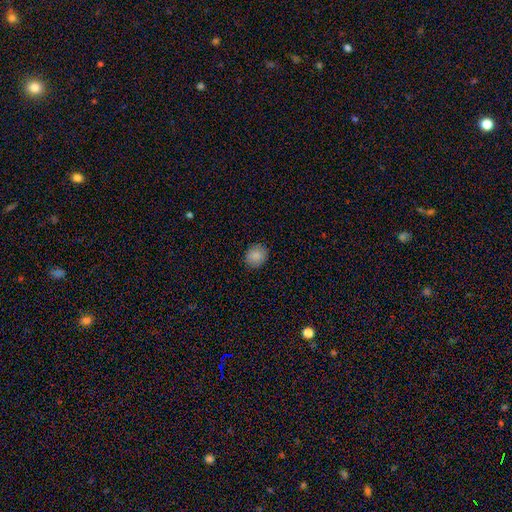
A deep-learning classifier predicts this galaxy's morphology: A smooth galaxy with no disk features (86%) that is round (77%). Merging: none (89%).